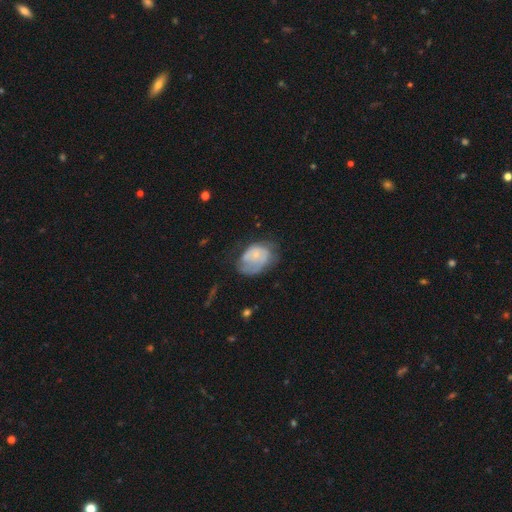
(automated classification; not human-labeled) smooth 51%, featured or disk 41%, star or artifact 8%. Down the decision tree: how rounded — in between (72%); merging — none (35%).